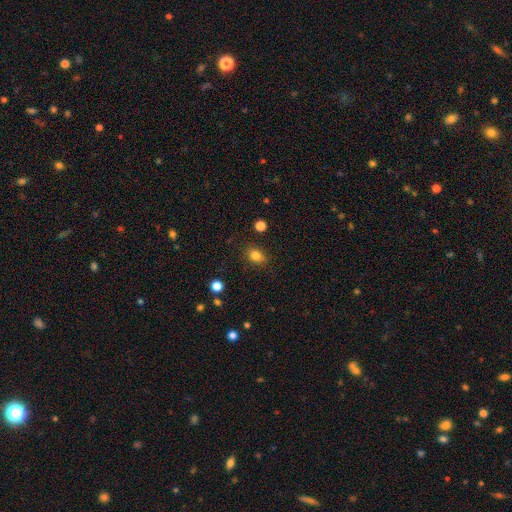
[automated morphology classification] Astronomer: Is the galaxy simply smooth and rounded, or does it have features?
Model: smooth — 82%.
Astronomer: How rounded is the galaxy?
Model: in between — 57% (runner-up: round, 42%).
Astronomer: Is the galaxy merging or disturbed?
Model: none — 82%.